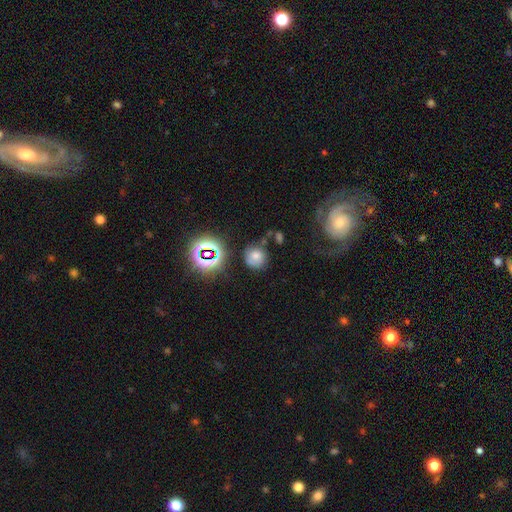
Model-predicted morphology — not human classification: A smooth galaxy with no disk features (61%) that is round (85%). Merging: none (65%).